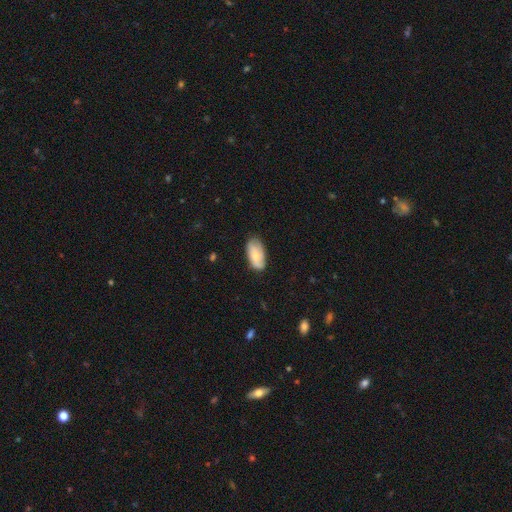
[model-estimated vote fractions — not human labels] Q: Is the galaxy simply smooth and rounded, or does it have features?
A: smooth — 63%.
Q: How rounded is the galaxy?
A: in between — 93%.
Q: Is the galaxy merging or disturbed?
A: none — 72%.